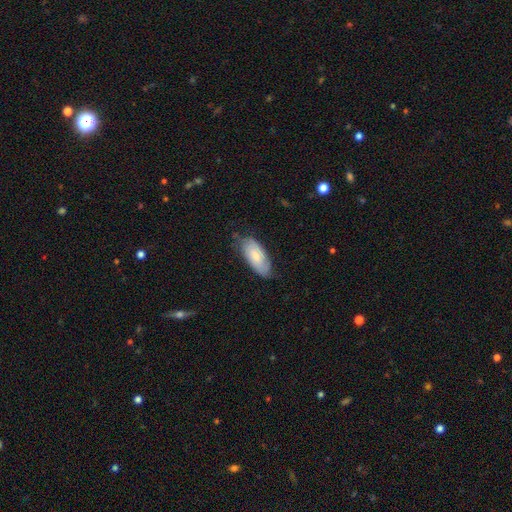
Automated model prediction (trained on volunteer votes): Morphology: type=smooth (69%); roundness=in between (87%); merging=none (68%).